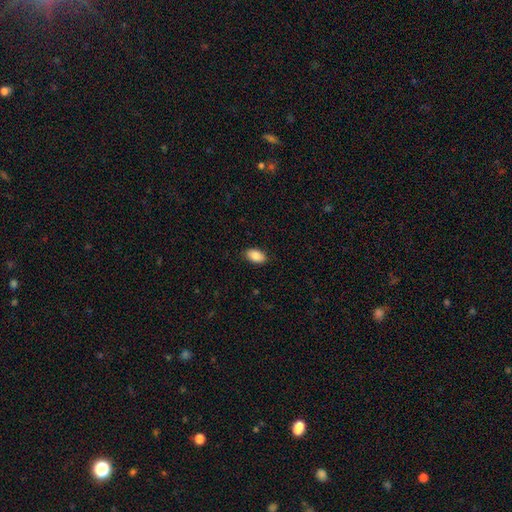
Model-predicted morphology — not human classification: smooth 88%, star or artifact 7%, featured or disk 5%. Down the decision tree: how rounded — in between (93%); merging — none (87%).